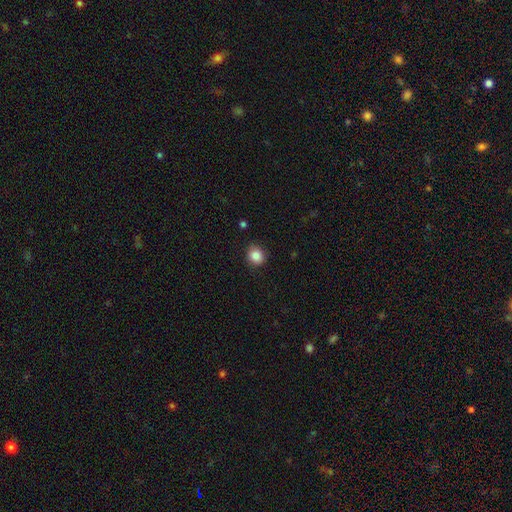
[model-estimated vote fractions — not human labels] This appears to be a smooth galaxy with no disk features (86%) that is round (77%). Merging: none (86%).